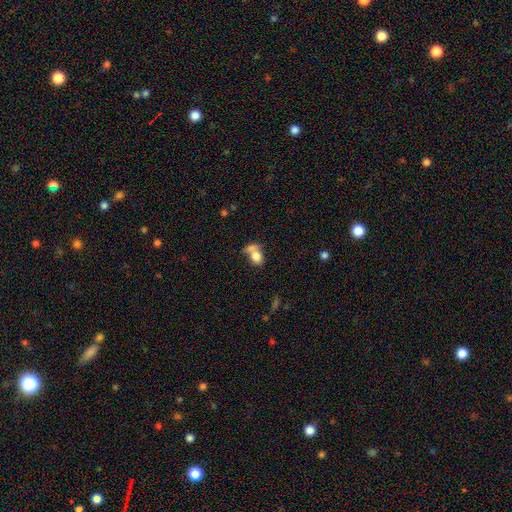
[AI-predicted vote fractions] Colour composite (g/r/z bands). It shows a smooth galaxy with no disk features (77%) that is in between round and cigar-shaped (71%). Merging: merger (50%).